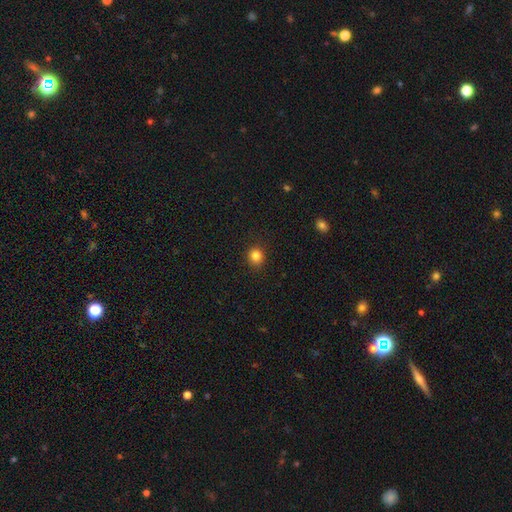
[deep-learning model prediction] Smooth or featured?
  - smooth: 83% *
  - star or artifact: 12%
  - featured or disk: 5%
How rounded?
  - round: 86% *
  - in between: 13%
  - cigar-shaped: 1%
Merging?
  - none: 90% *
  - minor disturbance: 7%
  - major disturbance: 2%
  - merger: 1%